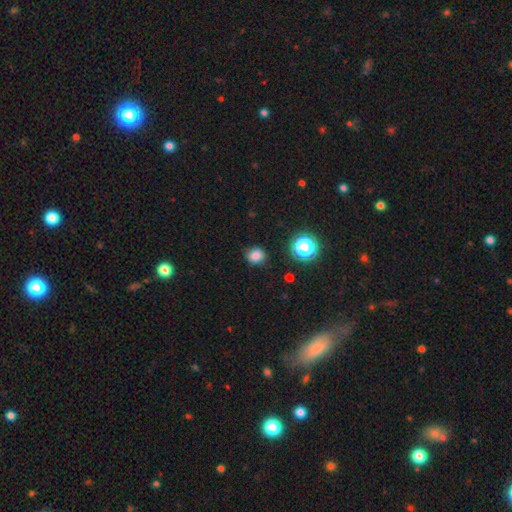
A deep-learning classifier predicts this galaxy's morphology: Smooth or featured: smooth — 80% (star or artifact — 15%)
How rounded: round — 75% (in between — 24%)
Merging: none — 83% (minor disturbance — 13%)